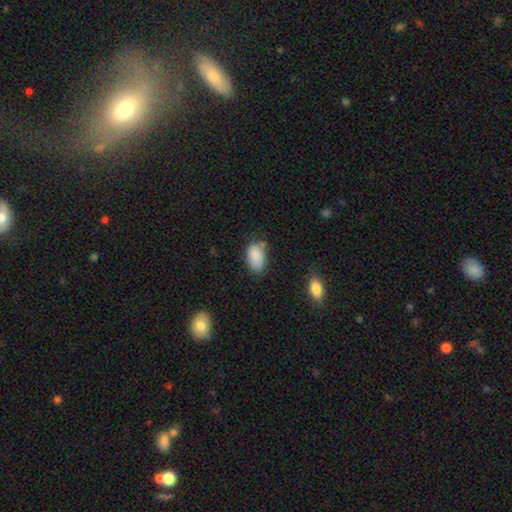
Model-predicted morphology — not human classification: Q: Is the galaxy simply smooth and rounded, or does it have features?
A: smooth — 86%.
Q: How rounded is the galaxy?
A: in between — 93%.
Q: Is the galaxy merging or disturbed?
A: none — 58%.